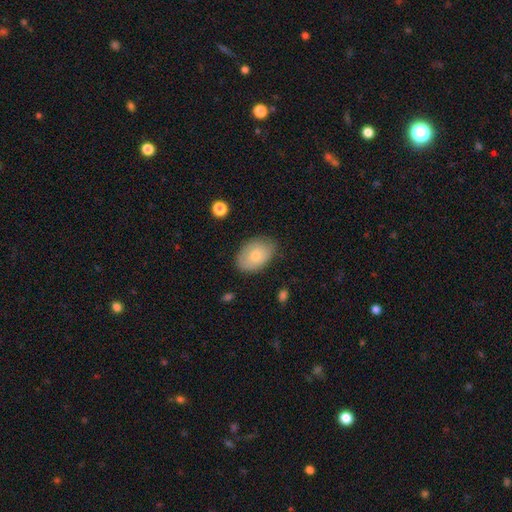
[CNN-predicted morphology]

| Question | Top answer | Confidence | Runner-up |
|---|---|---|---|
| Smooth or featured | smooth | 75% | featured or disk (18%) |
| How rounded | in between | 87% | round (12%) |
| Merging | none | 74% | minor disturbance (20%) |